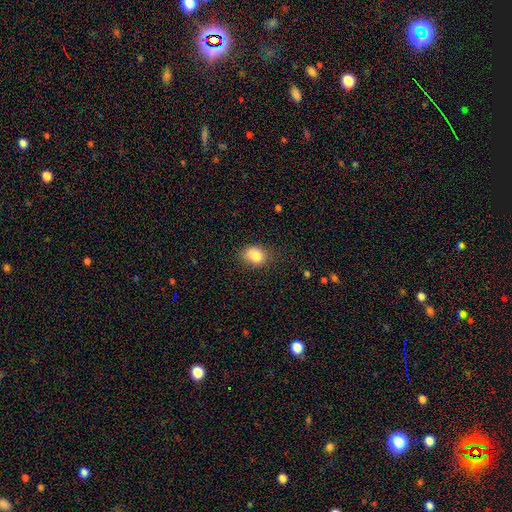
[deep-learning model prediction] Q: Smooth or featured?
A: smooth (82%); runner-up: star or artifact (10%)
Q: How rounded?
A: in between (60%); runner-up: round (39%)
Q: Merging?
A: none (70%); runner-up: minor disturbance (22%)